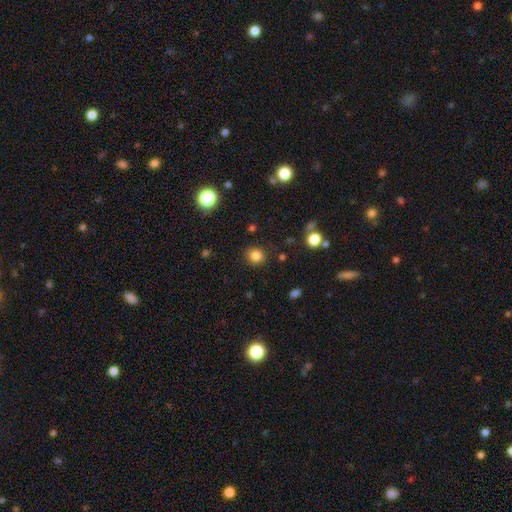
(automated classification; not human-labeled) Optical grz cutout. It shows a smooth galaxy with no disk features (83%) that is round (86%). Merging: none (88%).